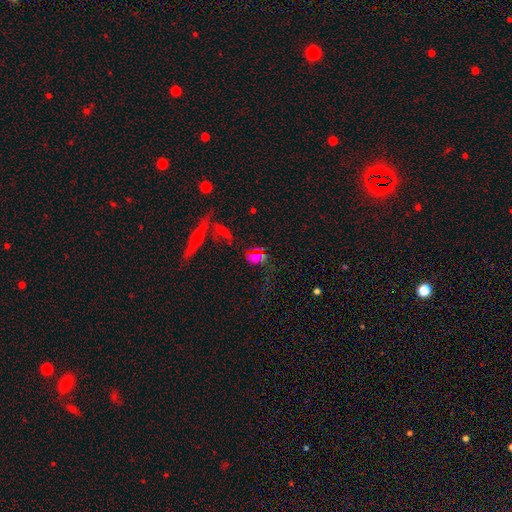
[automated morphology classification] This appears to be a star or artifact, not a galaxy (40%).